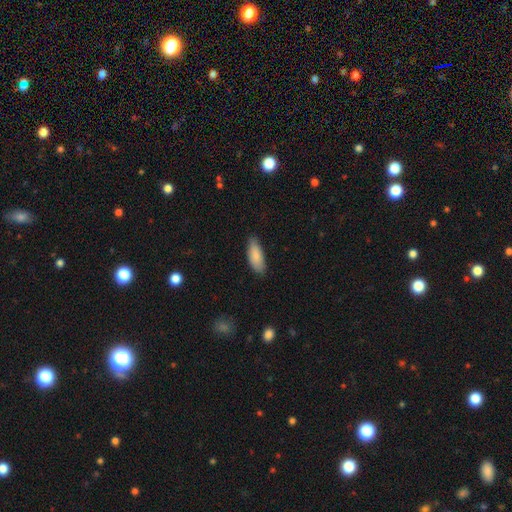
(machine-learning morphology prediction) Smooth or featured? Predicted: smooth (p=0.85). How rounded? Predicted: in between (p=0.78). Merging? Predicted: none (p=0.81).